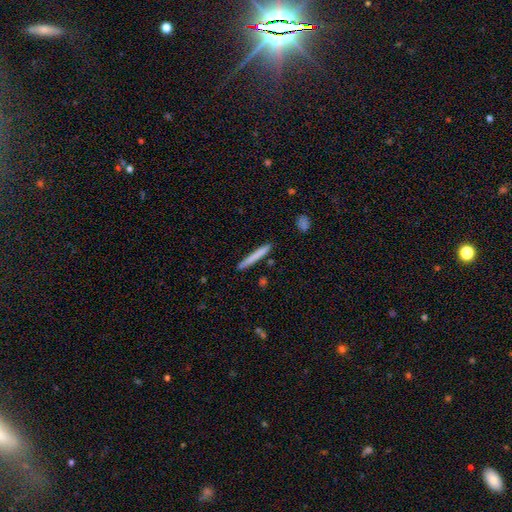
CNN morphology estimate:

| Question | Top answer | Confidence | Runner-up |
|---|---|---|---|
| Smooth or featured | smooth | 73% | featured or disk (21%) |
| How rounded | cigar-shaped | 97% | in between (2%) |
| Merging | none | 89% | minor disturbance (7%) |